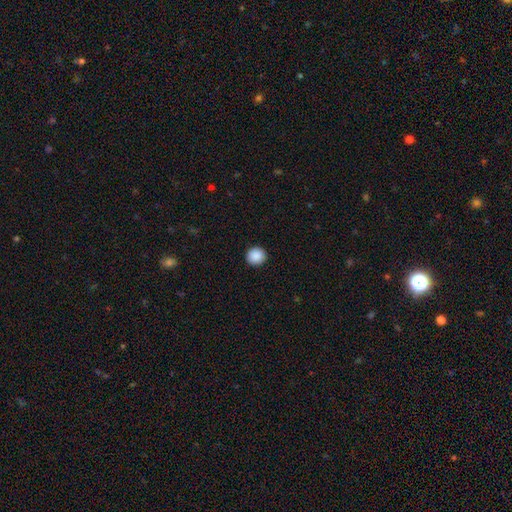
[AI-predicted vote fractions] A smooth galaxy with no disk features (89%) that is round (93%).

Vote fractions:
- Smooth or featured? smooth: 89% / star or artifact: 8% / featured or disk: 2%
- How rounded? round: 93% / in between: 6% / cigar-shaped: 1%
- Merging? none: 92% / minor disturbance: 5% / major disturbance: 2% / merger: 1%